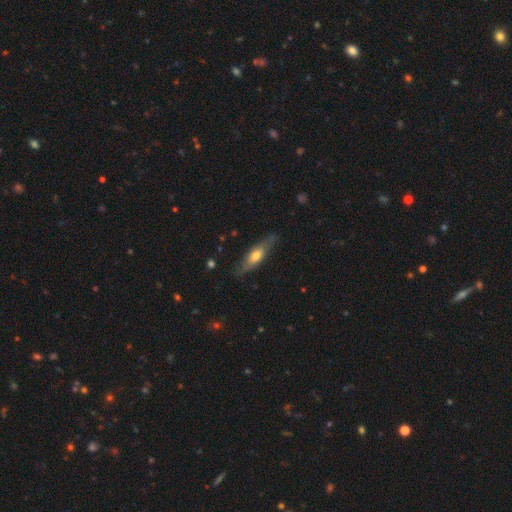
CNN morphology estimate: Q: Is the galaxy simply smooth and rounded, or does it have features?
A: smooth — 50%.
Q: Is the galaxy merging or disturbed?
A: none — 78%.